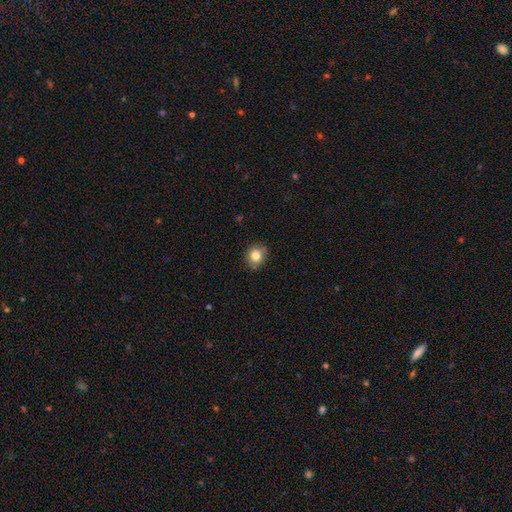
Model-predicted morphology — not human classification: type=smooth (81%); roundness=round (80%); merging=none (76%).